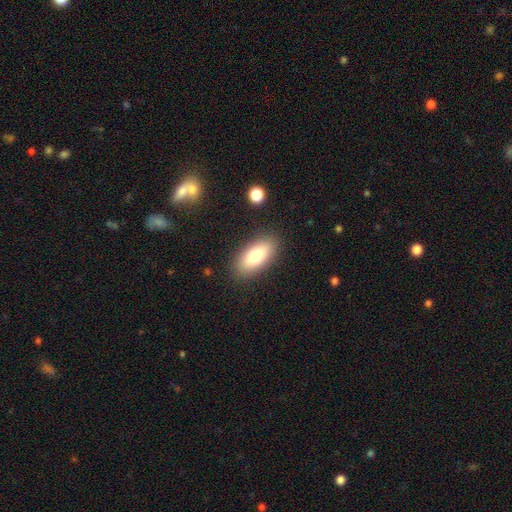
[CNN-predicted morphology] A smooth galaxy with no disk features (77%) that is in between round and cigar-shaped (83%). Merging: none (86%).